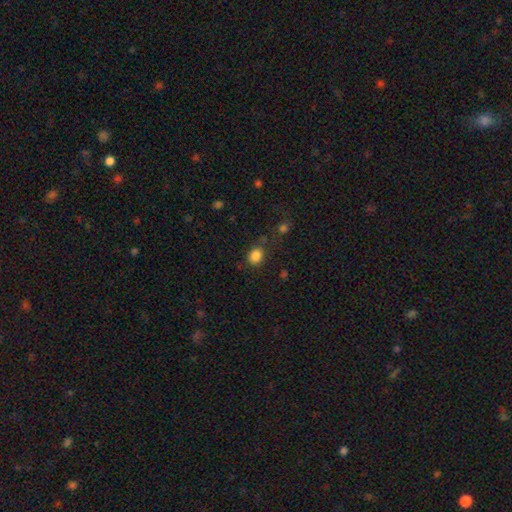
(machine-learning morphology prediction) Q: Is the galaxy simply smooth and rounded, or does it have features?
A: smooth — 84%.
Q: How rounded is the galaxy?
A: round — 68%.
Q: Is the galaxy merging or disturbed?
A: none — 76%.